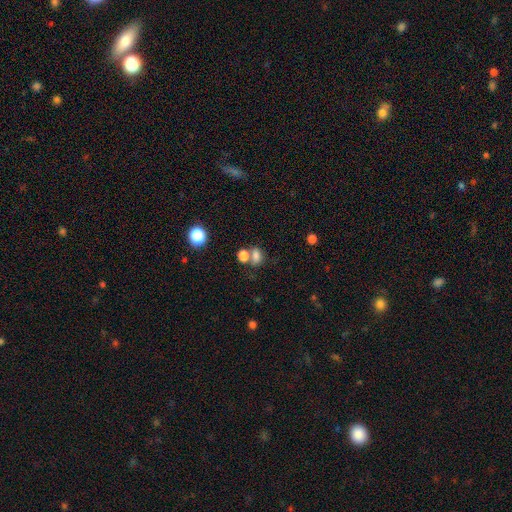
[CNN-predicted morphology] This appears to be a smooth galaxy with no disk features (77%) that is in between round and cigar-shaped (67%). Merging: merger (45%).